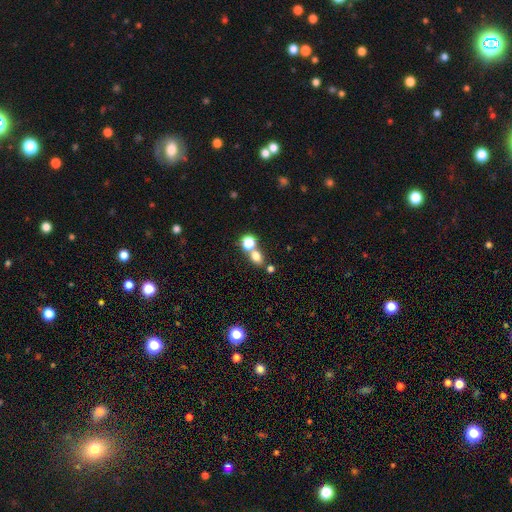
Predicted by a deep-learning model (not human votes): A smooth galaxy with no disk features (74%) that is round (52%).

Vote fractions:
- Smooth or featured? smooth: 74% / star or artifact: 16% / featured or disk: 10%
- How rounded? round: 52% / in between: 46% / cigar-shaped: 2%
- Merging? none: 46% / merger: 43% / minor disturbance: 7% / major disturbance: 4%